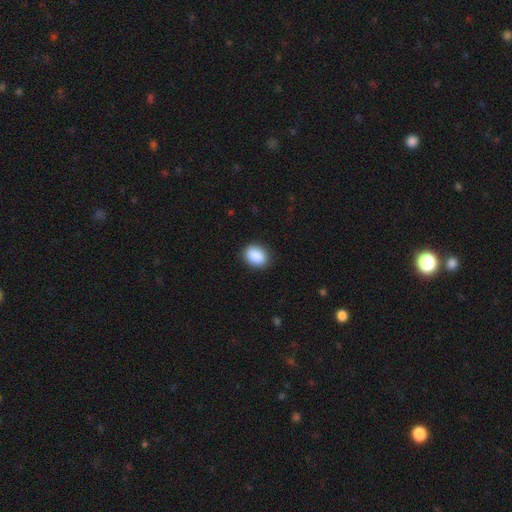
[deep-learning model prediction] A smooth galaxy with no disk features (90%) that is in between round and cigar-shaped (67%). Merging: none (88%).